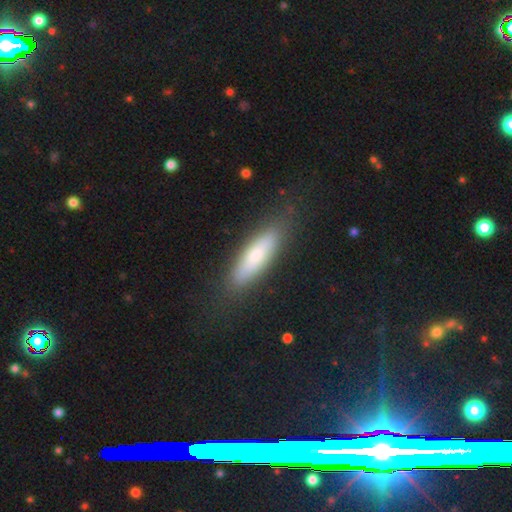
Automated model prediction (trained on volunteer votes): This is likely a smooth galaxy (71%). How rounded: likely cigar-shaped (64%). Merging: clearly none (83%).